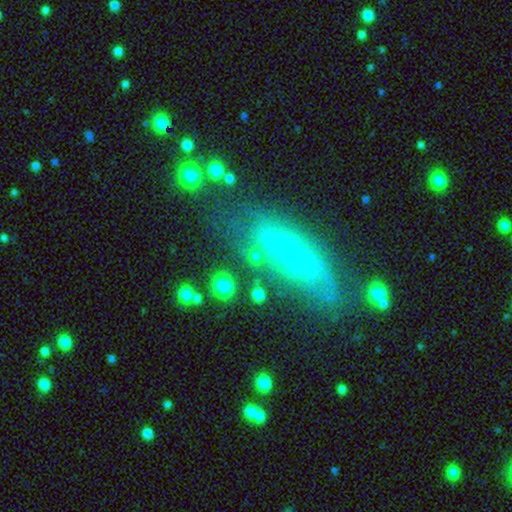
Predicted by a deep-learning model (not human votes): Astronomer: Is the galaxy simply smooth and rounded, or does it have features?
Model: featured or disk — 46% (runner-up: smooth, 42%).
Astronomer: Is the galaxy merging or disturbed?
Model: none — 66%.